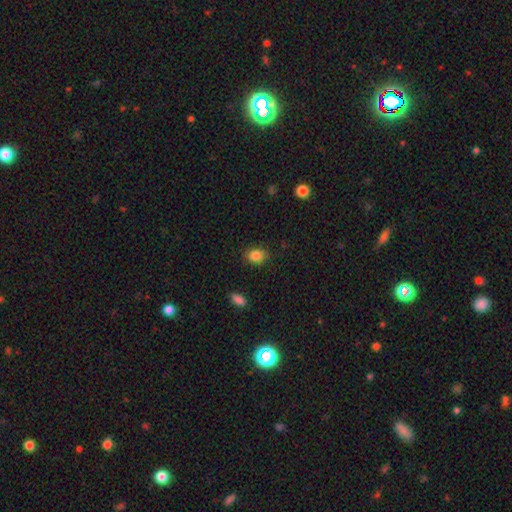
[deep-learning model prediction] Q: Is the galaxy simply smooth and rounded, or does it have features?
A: smooth — 84%.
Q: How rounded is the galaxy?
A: in between — 63%.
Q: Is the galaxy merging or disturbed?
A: none — 85%.